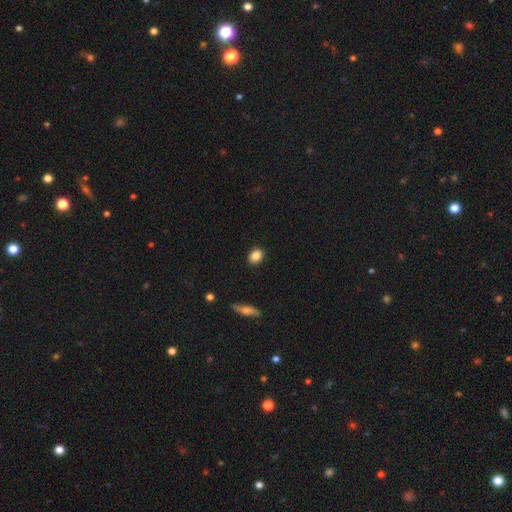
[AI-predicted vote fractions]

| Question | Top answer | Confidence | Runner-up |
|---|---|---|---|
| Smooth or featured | smooth | 86% | star or artifact (8%) |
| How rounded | in between | 54% | round (44%) |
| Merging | none | 89% | minor disturbance (8%) |